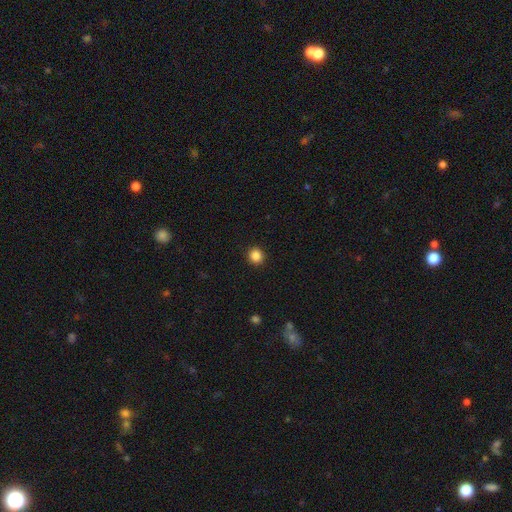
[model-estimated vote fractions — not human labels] Smooth or featured: smooth — 86% (star or artifact — 11%)
How rounded: round — 92% (in between — 7%)
Merging: none — 92% (minor disturbance — 5%)